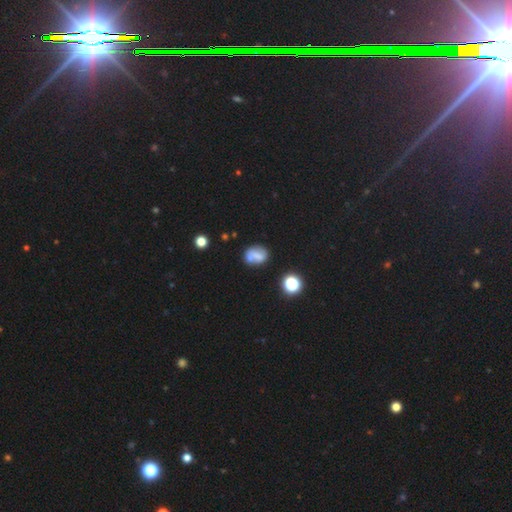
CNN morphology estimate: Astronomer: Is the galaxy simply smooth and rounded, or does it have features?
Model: smooth — 60%.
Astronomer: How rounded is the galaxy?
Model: in between — 56% (runner-up: round, 42%).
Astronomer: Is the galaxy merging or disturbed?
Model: none — 47% (runner-up: merger, 24%).